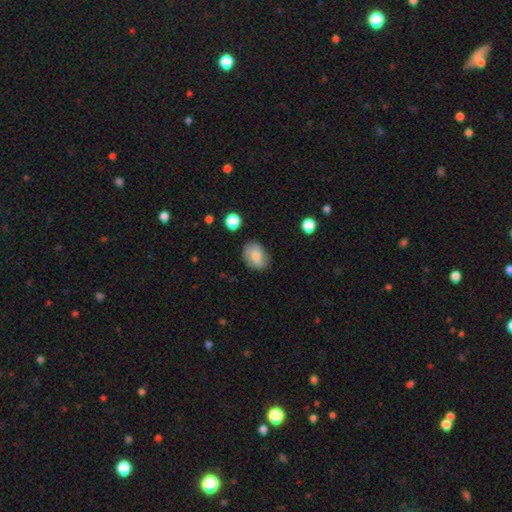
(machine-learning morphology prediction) Smooth or featured?
  - smooth: 71% *
  - featured or disk: 21%
  - star or artifact: 8%
How rounded?
  - in between: 62% *
  - round: 37%
  - cigar-shaped: 1%
Merging?
  - none: 76% *
  - minor disturbance: 18%
  - major disturbance: 4%
  - merger: 2%